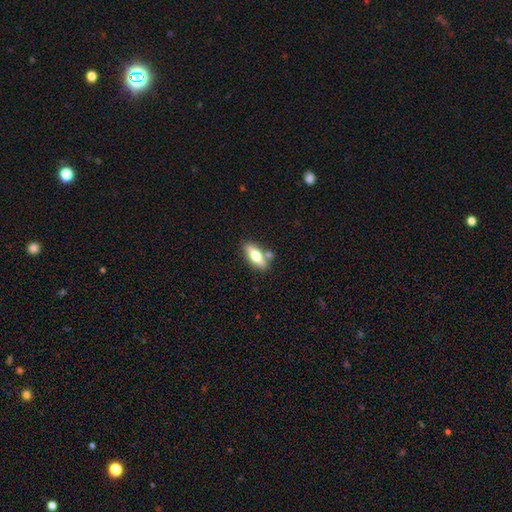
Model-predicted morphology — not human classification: smooth_or_featured: smooth (p=0.58) [alt: featured or disk p=0.35]
how_rounded: in between (p=0.68) [alt: cigar-shaped p=0.28]
merging: none (p=0.71) [alt: minor disturbance p=0.13]